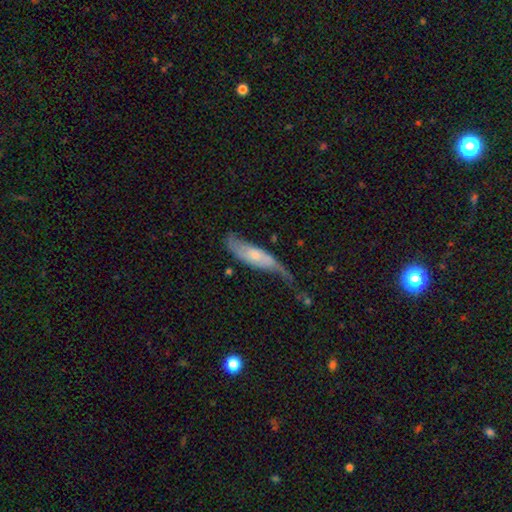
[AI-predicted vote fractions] Smooth or featured?
  - featured or disk: 55% *
  - smooth: 39%
  - star or artifact: 6%
Edge-on disk?
  - no: 76% *
  - yes: 24%
Merging?
  - minor disturbance: 33% *
  - none: 31%
  - major disturbance: 31%
  - merger: 5%